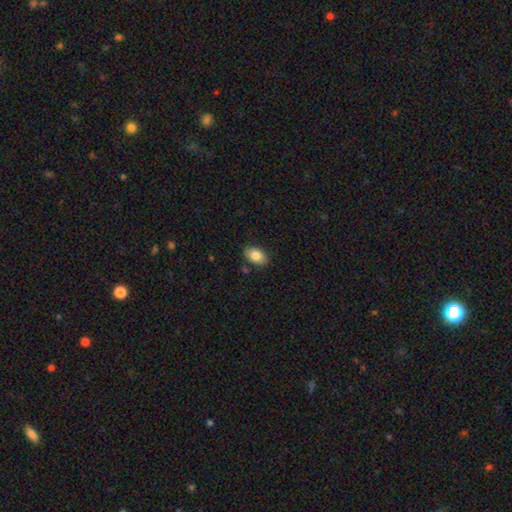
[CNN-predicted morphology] smooth-or-featured: smooth: 83% | featured or disk: 9% | star or artifact: 7%
  how-rounded: in between: 88% | round: 11% | cigar-shaped: 1%
  merging: none: 85% | minor disturbance: 10% | merger: 2% | major disturbance: 2%